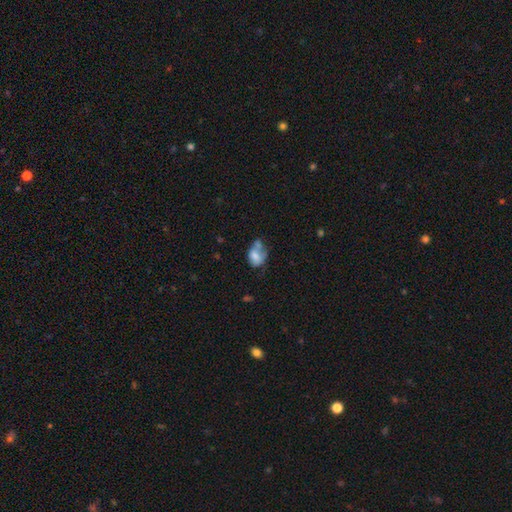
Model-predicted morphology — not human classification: Overall: smooth (65%). How rounded: in between (71%). Merging: merger (36%; none 23%).